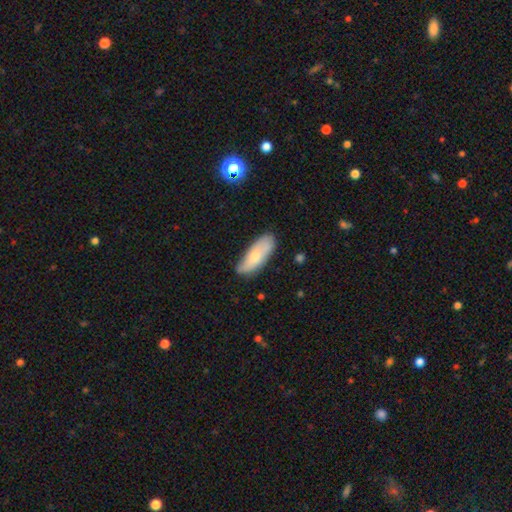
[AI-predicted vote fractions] smooth-or-featured: smooth: 69% | featured or disk: 25% | star or artifact: 6%
  how-rounded: in between: 73% | cigar-shaped: 25% | round: 2%
  merging: none: 70% | minor disturbance: 24% | major disturbance: 4% | merger: 2%